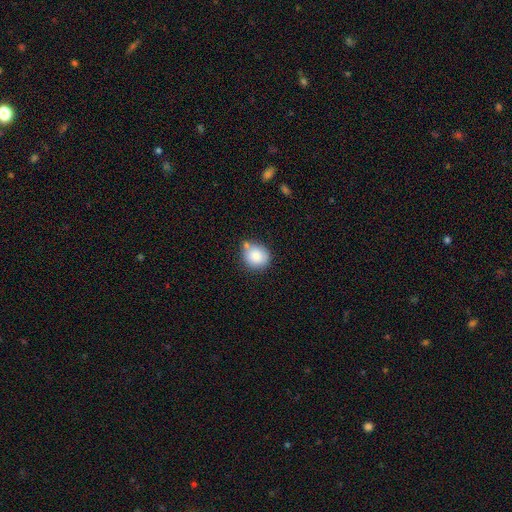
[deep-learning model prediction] A smooth galaxy with no disk features (85%) that is round (83%).

Vote fractions:
- Smooth or featured? smooth: 85% / star or artifact: 8% / featured or disk: 7%
- How rounded? round: 83% / in between: 16% / cigar-shaped: 1%
- Merging? none: 64% / minor disturbance: 19% / merger: 12% / major disturbance: 4%